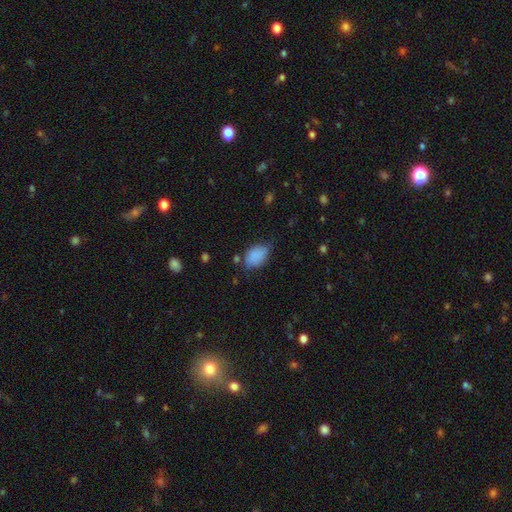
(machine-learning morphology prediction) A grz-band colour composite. It shows a smooth galaxy with no disk features (85%) that is in between round and cigar-shaped (86%). Merging: none (54%).